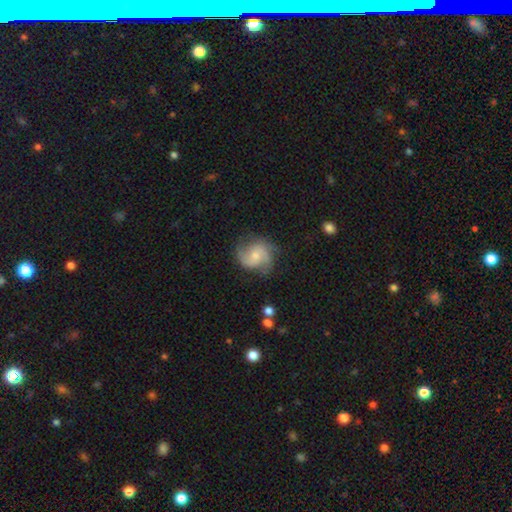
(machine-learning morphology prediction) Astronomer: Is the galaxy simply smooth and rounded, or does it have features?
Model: featured or disk — 71%.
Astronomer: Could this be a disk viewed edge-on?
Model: no — 98%.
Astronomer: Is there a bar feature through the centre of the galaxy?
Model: no — 64%.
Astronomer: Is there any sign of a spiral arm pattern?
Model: yes — 94%.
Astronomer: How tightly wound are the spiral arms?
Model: medium — 49% (runner-up: loose, 29%).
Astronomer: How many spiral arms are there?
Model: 2 — 55%.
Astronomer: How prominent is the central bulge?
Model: small — 54% (runner-up: moderate, 36%).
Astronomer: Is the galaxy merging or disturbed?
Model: none — 67%.